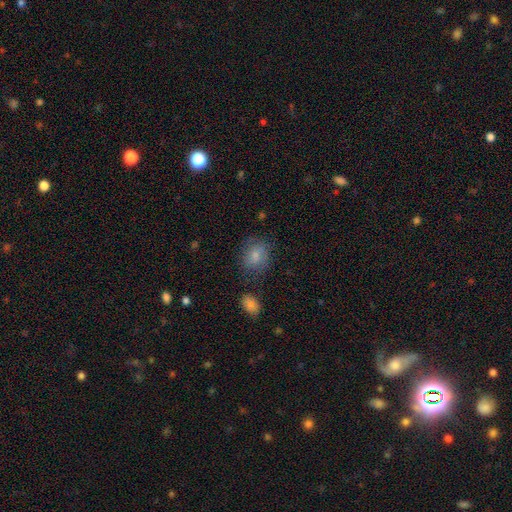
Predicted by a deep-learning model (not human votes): Smooth or featured?
  - smooth: 79% *
  - featured or disk: 12%
  - star or artifact: 9%
How rounded?
  - round: 52% *
  - in between: 47%
  - cigar-shaped: 1%
Merging?
  - none: 71% *
  - minor disturbance: 18%
  - major disturbance: 7%
  - merger: 4%